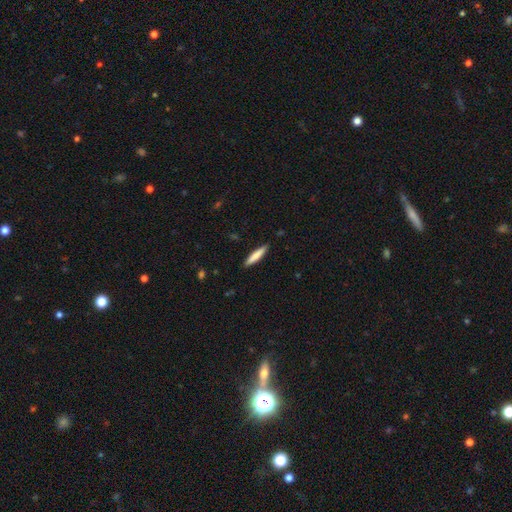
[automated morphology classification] smooth-or-featured: smooth: 76% | featured or disk: 18% | star or artifact: 5%
  how-rounded: cigar-shaped: 89% | in between: 10% | round: 1%
  merging: none: 90% | minor disturbance: 7% | major disturbance: 2% | merger: 1%